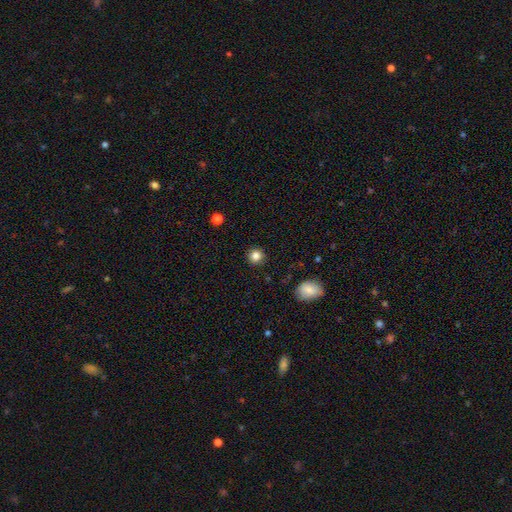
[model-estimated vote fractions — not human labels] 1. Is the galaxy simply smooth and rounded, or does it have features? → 84% smooth, 11% star or artifact, 5% featured or disk.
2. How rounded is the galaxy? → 92% round, 7% in between, 1% cigar-shaped.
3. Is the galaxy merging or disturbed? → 91% none, 6% minor disturbance, 2% major disturbance, 1% merger.